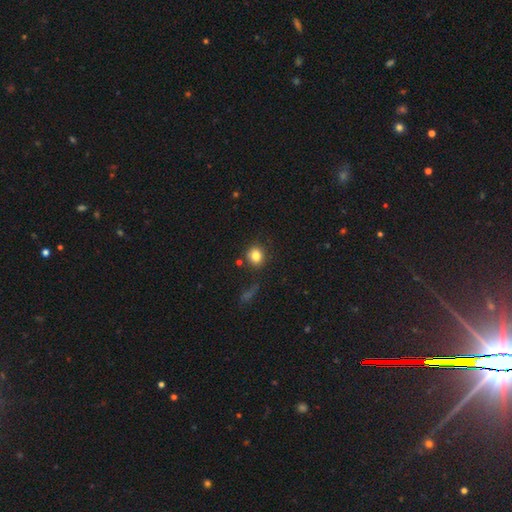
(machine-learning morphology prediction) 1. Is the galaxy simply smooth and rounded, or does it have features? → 82% smooth, 11% star or artifact, 7% featured or disk.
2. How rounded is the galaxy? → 75% round, 24% in between, 1% cigar-shaped.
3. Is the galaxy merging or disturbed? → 77% none, 12% minor disturbance, 6% merger, 4% major disturbance.